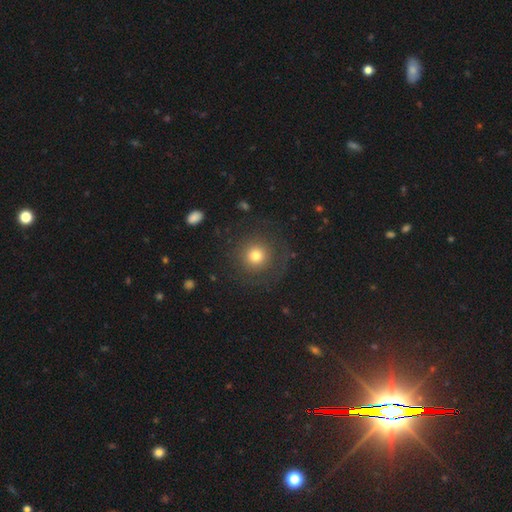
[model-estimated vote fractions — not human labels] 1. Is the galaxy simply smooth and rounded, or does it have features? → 74% smooth, 13% featured or disk, 13% star or artifact.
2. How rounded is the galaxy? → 94% round, 5% in between, 1% cigar-shaped.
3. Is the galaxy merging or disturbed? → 81% none, 10% minor disturbance, 8% major disturbance, 1% merger.